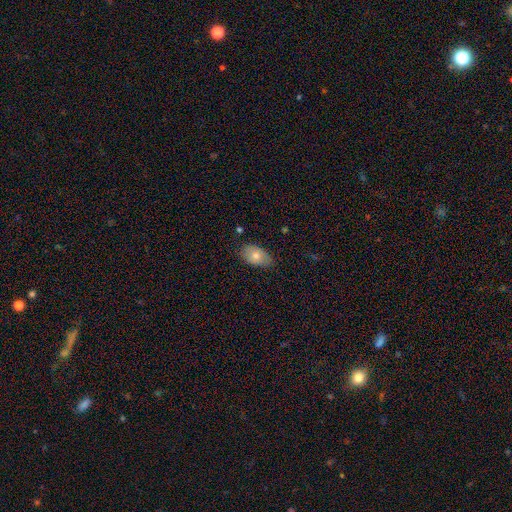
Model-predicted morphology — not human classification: Smooth or featured? Predicted: smooth (p=0.72). How rounded? Predicted: in between (p=0.91). Merging? Predicted: none (p=0.80).